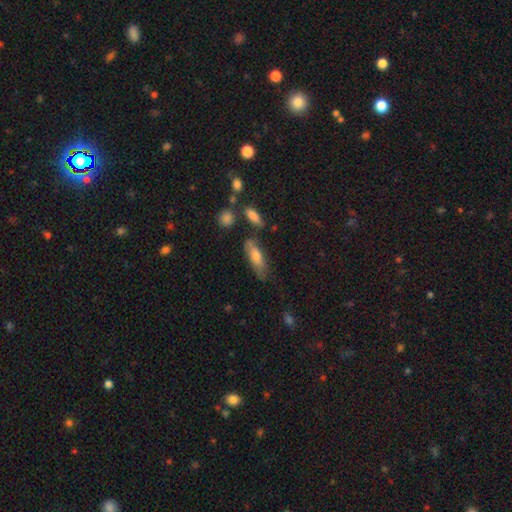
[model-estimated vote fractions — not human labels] smooth 66%, featured or disk 27%, star or artifact 8%. Down the decision tree: how rounded — in between (59%); merging — none (60%).